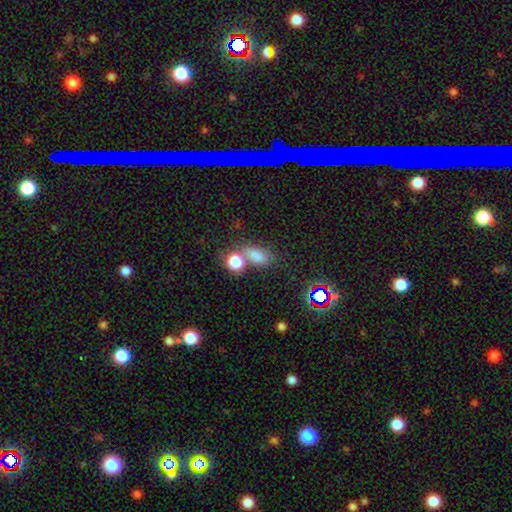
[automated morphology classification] The model was most divided on "merging": none: 50%, merger: 30%, minor disturbance: 13%, major disturbance: 7%. More confident: smooth or featured — smooth (76%); how rounded — in between (72%).